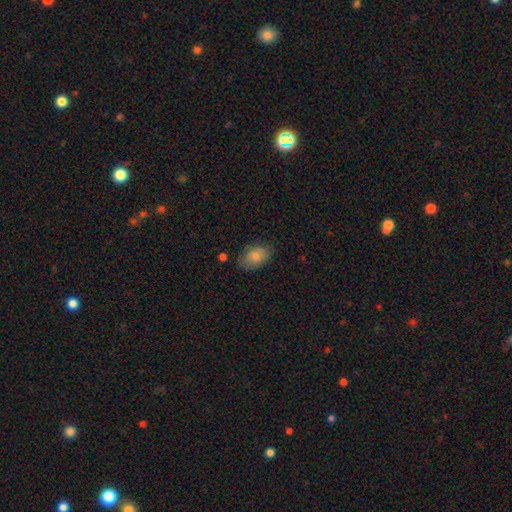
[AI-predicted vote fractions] smooth-or-featured: smooth: 84% | featured or disk: 9% | star or artifact: 7%
  how-rounded: in between: 87% | round: 12% | cigar-shaped: 1%
  merging: none: 74% | minor disturbance: 19% | major disturbance: 5% | merger: 2%